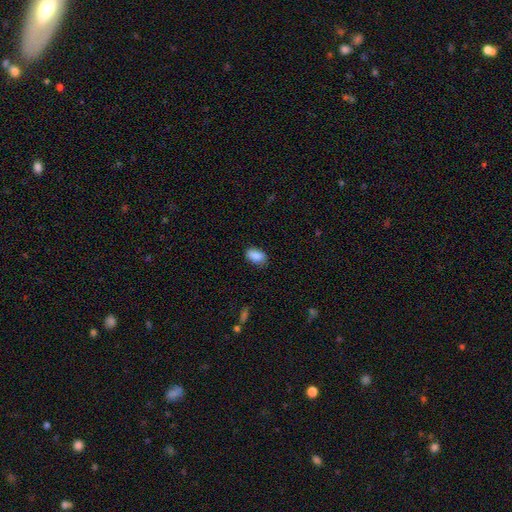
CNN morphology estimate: smooth-or-featured: smooth: 89% | star or artifact: 7% | featured or disk: 4%
  how-rounded: in between: 92% | round: 6% | cigar-shaped: 2%
  merging: none: 80% | minor disturbance: 16% | major disturbance: 3% | merger: 1%